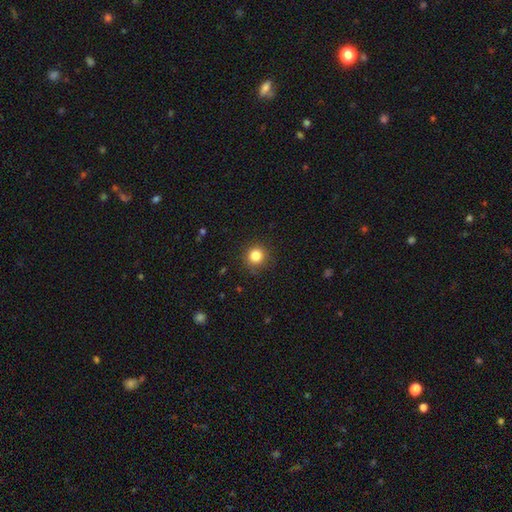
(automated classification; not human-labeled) A smooth galaxy with no disk features (83%) that is round (93%).

Vote fractions:
- Smooth or featured? smooth: 83% / star or artifact: 12% / featured or disk: 5%
- How rounded? round: 93% / in between: 6% / cigar-shaped: 1%
- Merging? none: 88% / minor disturbance: 8% / major disturbance: 3% / merger: 1%